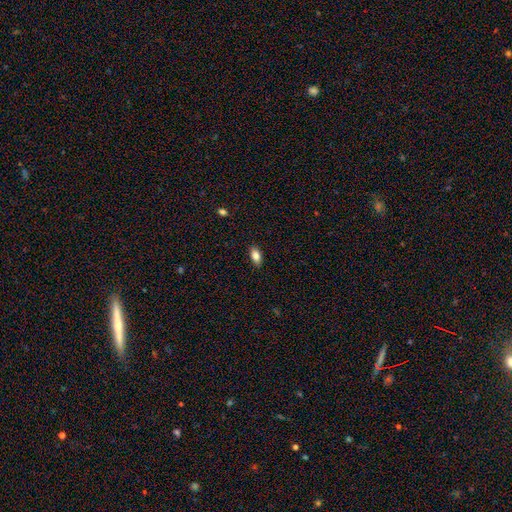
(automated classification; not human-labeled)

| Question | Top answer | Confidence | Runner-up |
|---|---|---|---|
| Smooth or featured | smooth | 84% | featured or disk (8%) |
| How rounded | in between | 89% | cigar-shaped (7%) |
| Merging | none | 88% | minor disturbance (9%) |